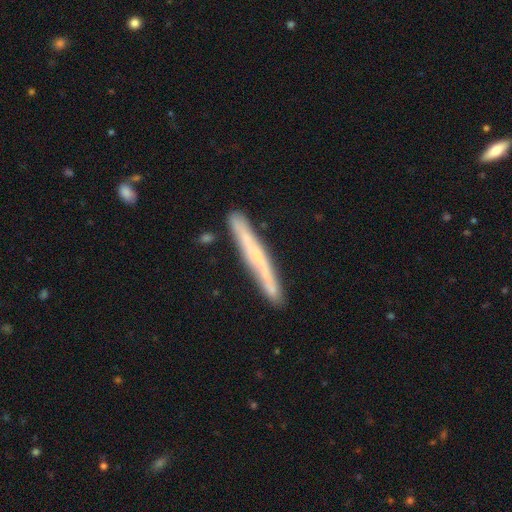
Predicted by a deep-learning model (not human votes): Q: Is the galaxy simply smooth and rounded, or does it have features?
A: featured or disk — 55%.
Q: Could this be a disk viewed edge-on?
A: yes — 91%.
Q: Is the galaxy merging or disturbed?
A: none — 82%.